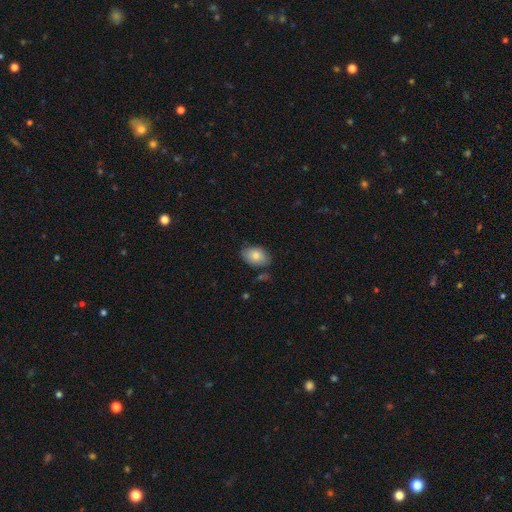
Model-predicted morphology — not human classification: Smooth or featured? Predicted: smooth (p=0.83). How rounded? Predicted: in between (p=0.89). Merging? Predicted: none (p=0.77).